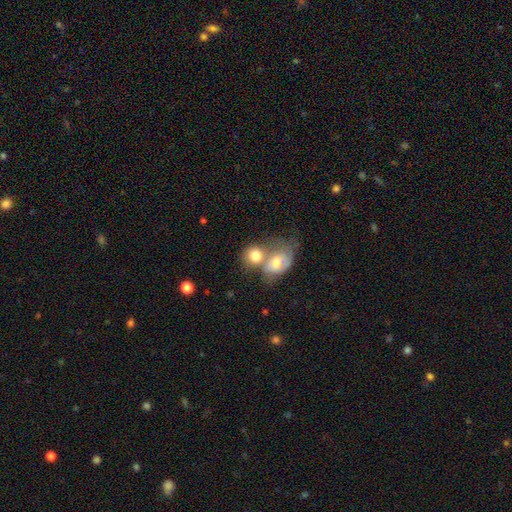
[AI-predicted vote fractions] smooth 74%, featured or disk 18%, star or artifact 8%. Down the decision tree: how rounded — round (63%); merging — merger (65%).